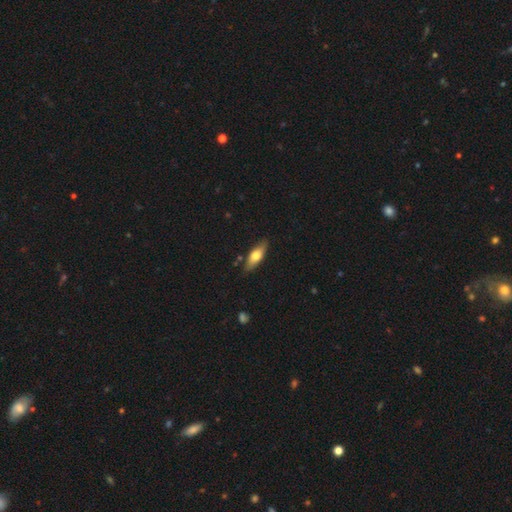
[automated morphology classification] Smooth or featured: smooth — 60% (featured or disk — 34%)
How rounded: in between — 60% (cigar-shaped — 37%)
Merging: none — 82% (minor disturbance — 14%)